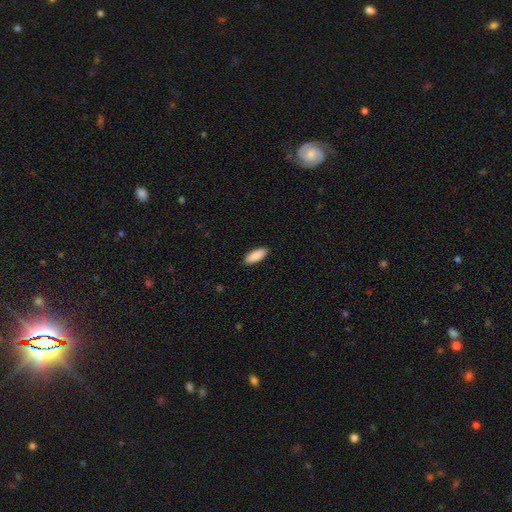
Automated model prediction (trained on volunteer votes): Smooth or featured? Predicted: smooth (p=0.91). How rounded? Predicted: in between (p=0.79). Merging? Predicted: none (p=0.90).